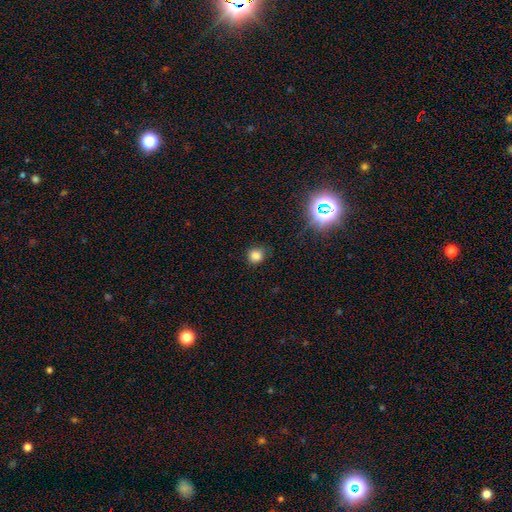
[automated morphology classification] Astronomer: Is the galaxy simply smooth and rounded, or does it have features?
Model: smooth — 80%.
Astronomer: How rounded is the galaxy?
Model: round — 85%.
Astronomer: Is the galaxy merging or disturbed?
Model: none — 83%.